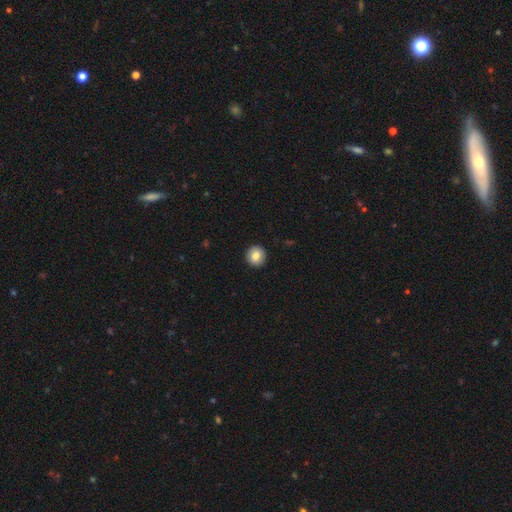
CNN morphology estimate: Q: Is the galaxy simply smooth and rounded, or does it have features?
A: smooth — 82%.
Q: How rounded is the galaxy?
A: round — 94%.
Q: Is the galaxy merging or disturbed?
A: none — 93%.